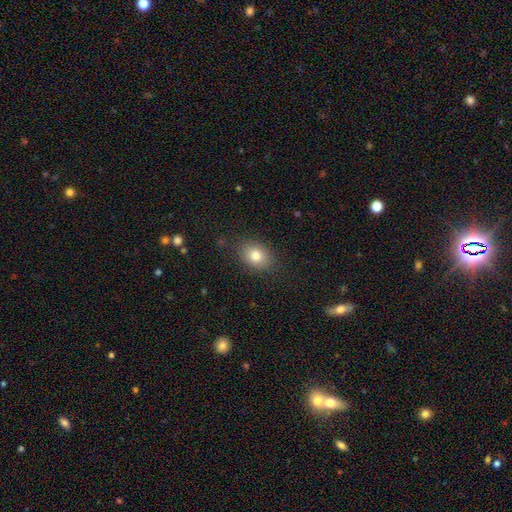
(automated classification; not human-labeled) Smooth or featured: smooth — 80% (star or artifact — 10%)
How rounded: in between — 64% (round — 35%)
Merging: none — 85% (minor disturbance — 11%)